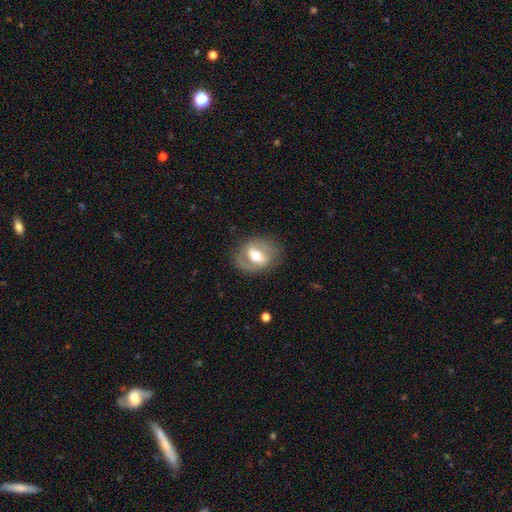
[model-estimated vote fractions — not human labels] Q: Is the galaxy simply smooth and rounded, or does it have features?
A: featured or disk — 64%.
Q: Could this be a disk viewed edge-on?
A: no — 93%.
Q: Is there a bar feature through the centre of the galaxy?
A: strong — 45%.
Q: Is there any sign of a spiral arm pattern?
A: yes — 61%.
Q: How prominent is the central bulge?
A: moderate — 70%.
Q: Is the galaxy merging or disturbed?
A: none — 74%.